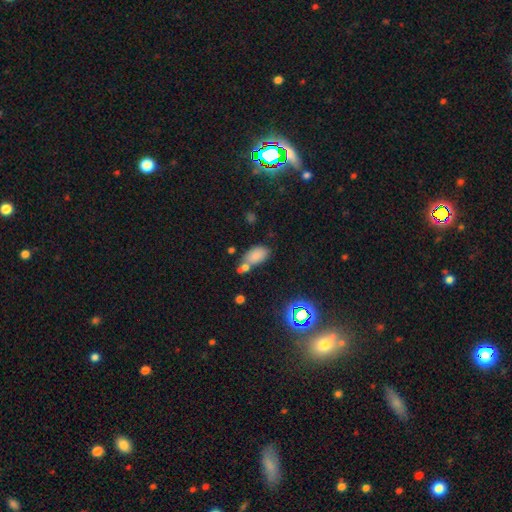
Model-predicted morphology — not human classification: Smooth or featured?
  - smooth: 78% *
  - star or artifact: 14%
  - featured or disk: 8%
How rounded?
  - in between: 91% *
  - round: 5%
  - cigar-shaped: 4%
Merging?
  - none: 47% *
  - merger: 30%
  - minor disturbance: 17%
  - major disturbance: 6%